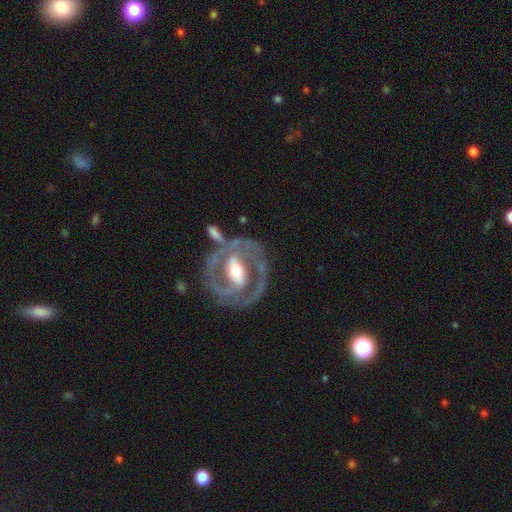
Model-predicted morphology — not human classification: Smooth or featured? featured or disk (85%)
Edge-on disk? no (95%)
Bar? strong (42%)
Spiral arms? yes (77%)
Spiral winding? tight (57%)
Spiral arm count? 2 (65%)
Bulge size? moderate (67%)
Merging? none (68%)